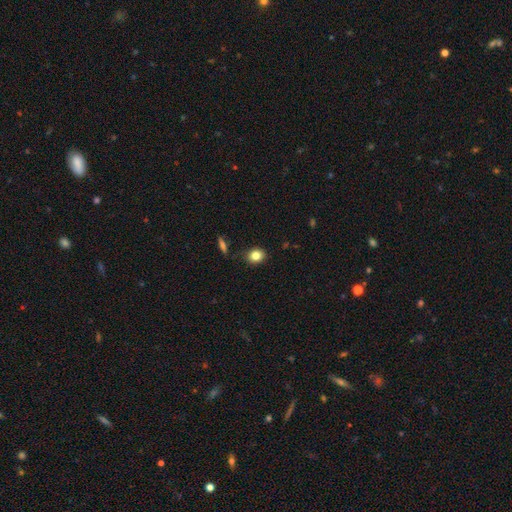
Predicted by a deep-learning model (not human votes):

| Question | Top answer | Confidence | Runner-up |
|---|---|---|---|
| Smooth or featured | smooth | 83% | star or artifact (10%) |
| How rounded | round | 60% | in between (39%) |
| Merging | none | 85% | minor disturbance (11%) |